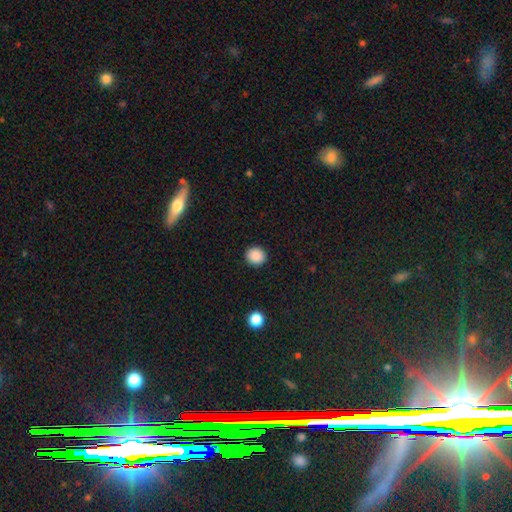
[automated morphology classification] This is clearly a smooth galaxy (88%). How rounded: clearly round (87%). Merging: clearly none (92%).